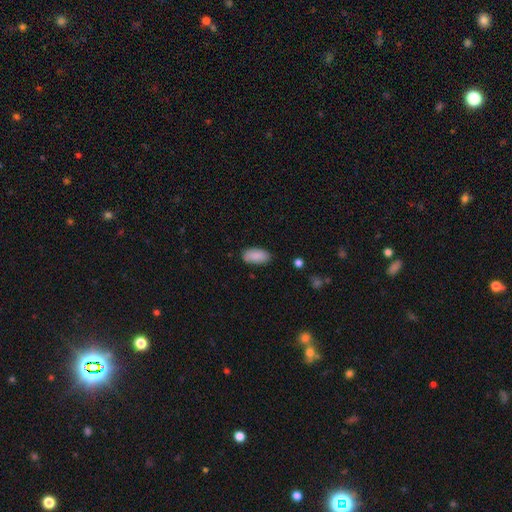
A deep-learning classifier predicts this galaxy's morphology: Q: Smooth or featured?
A: smooth (89%); runner-up: star or artifact (7%)
Q: How rounded?
A: in between (92%); runner-up: cigar-shaped (6%)
Q: Merging?
A: none (84%); runner-up: minor disturbance (12%)